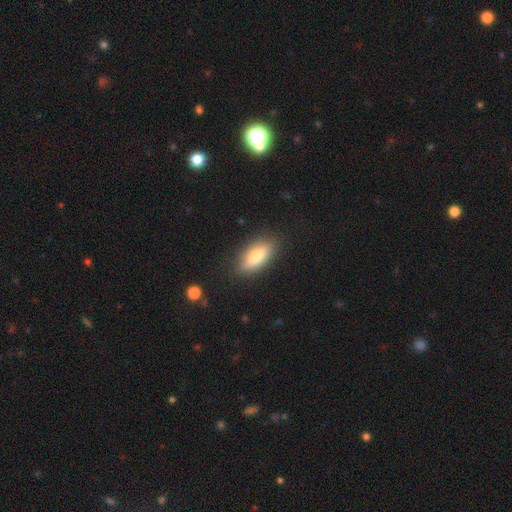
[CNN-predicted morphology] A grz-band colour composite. It shows a smooth galaxy with no disk features (73%) that is in between round and cigar-shaped (79%). Merging: none (85%).